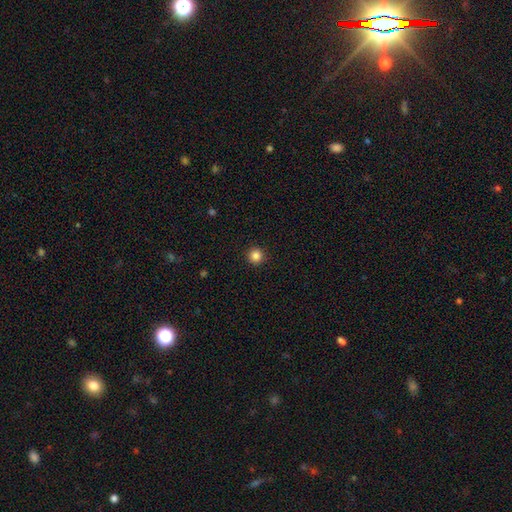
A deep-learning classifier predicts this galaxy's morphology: This appears to be a smooth galaxy with no disk features (85%) that is round (96%). Merging: none (93%).